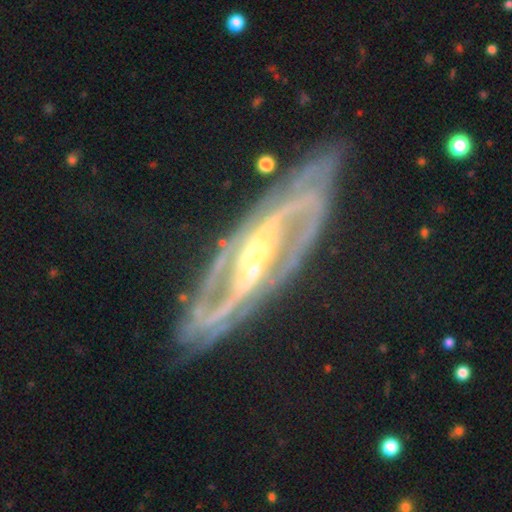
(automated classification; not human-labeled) featured or disk 90%, star or artifact 5%, smooth 5%. Down the decision tree: edge-on disk — no (82%); bar — strong (60%); spiral arms — yes (90%); spiral arm count — 2 (73%); spiral winding — tight (44%); bulge size — moderate (56%); merging — none (73%).